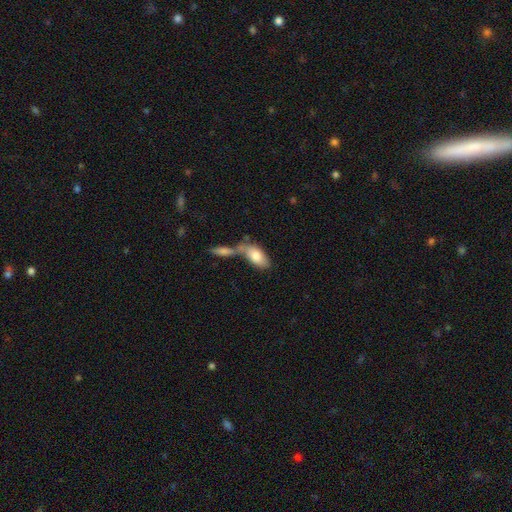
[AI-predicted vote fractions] This appears to be a smooth galaxy with no disk features (77%) that is in between round and cigar-shaped (89%). Merging: merger (49%).